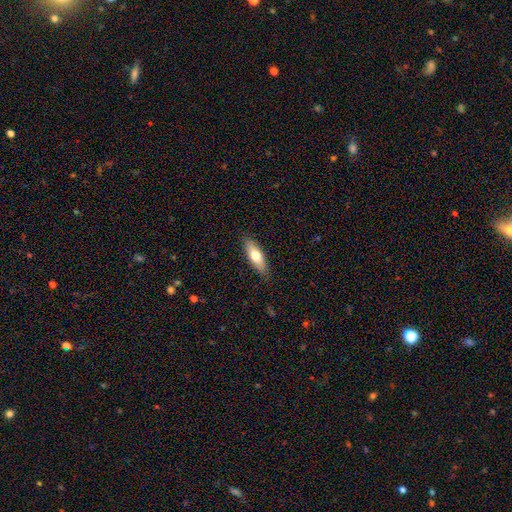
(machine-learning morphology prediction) A smooth galaxy with no disk features (67%) that is in between round and cigar-shaped (56%).

Vote fractions:
- Smooth or featured? smooth: 67% / featured or disk: 27% / star or artifact: 6%
- How rounded? in between: 56% / cigar-shaped: 41% / round: 2%
- Merging? none: 87% / minor disturbance: 10% / major disturbance: 2% / merger: 1%